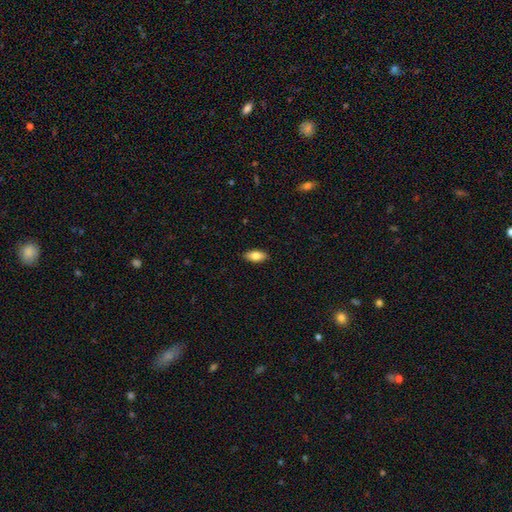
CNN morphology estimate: Smooth or featured? smooth (79%)
How rounded? in between (86%)
Merging? none (89%)